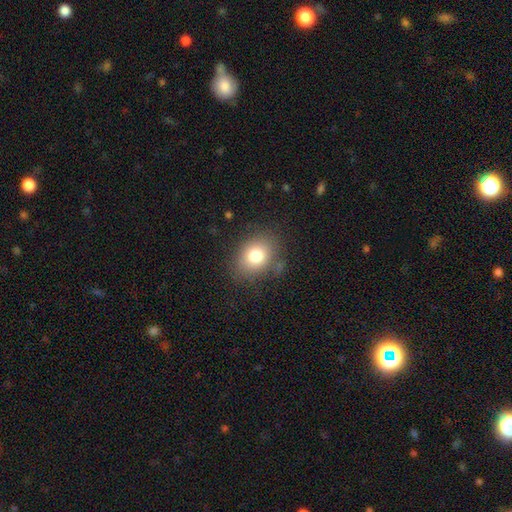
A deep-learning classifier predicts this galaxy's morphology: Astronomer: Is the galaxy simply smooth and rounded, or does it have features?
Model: smooth — 78%.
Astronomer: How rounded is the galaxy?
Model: in between — 57% (runner-up: round, 42%).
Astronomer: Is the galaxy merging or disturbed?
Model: none — 79%.